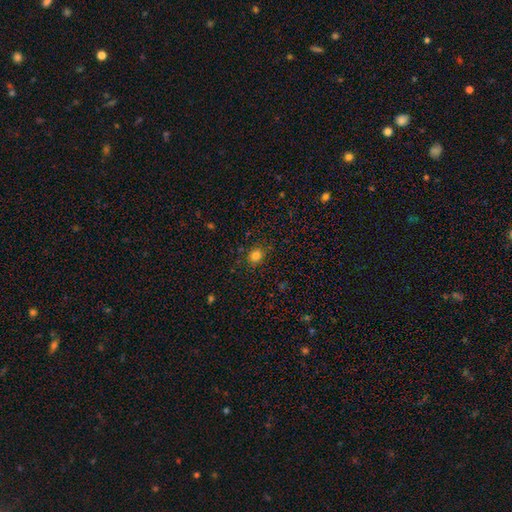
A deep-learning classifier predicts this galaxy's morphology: Smooth or featured: smooth — 81% (star or artifact — 14%)
How rounded: round — 77% (in between — 22%)
Merging: none — 84% (minor disturbance — 11%)